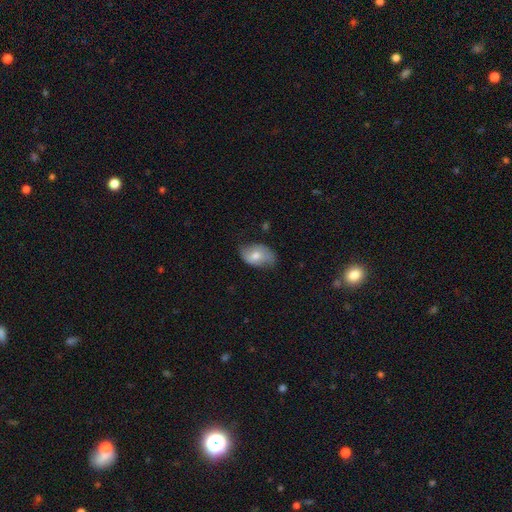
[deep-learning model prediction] This is possibly a smooth galaxy (58%). How rounded: clearly in between (88%). Merging: likely none (64%).